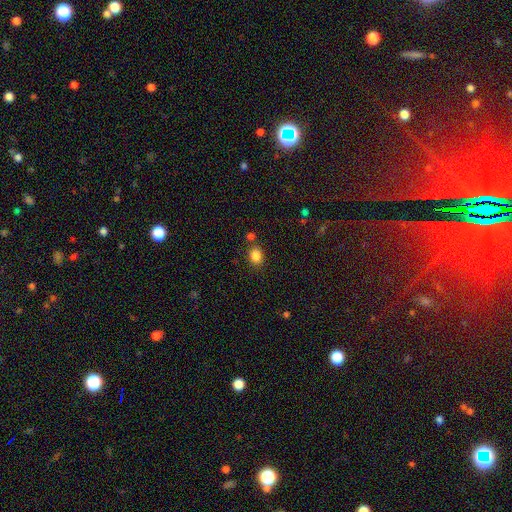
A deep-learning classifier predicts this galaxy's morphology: Smooth or featured? Predicted: smooth (p=0.84). How rounded? Predicted: in between (p=0.53). Merging? Predicted: none (p=0.75).